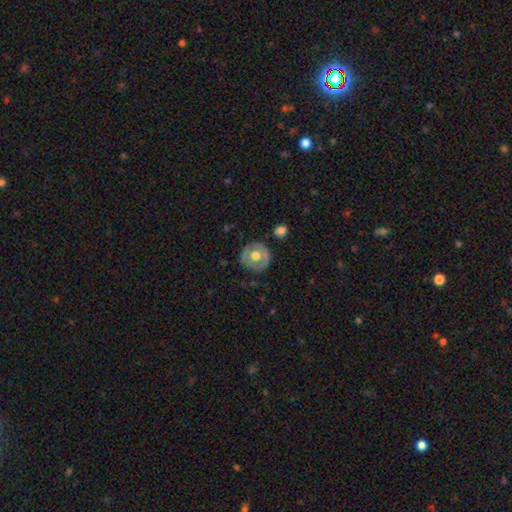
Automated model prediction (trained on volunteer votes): Q: Smooth or featured?
A: smooth (49%); runner-up: featured or disk (45%)
Q: Merging?
A: none (82%); runner-up: minor disturbance (13%)